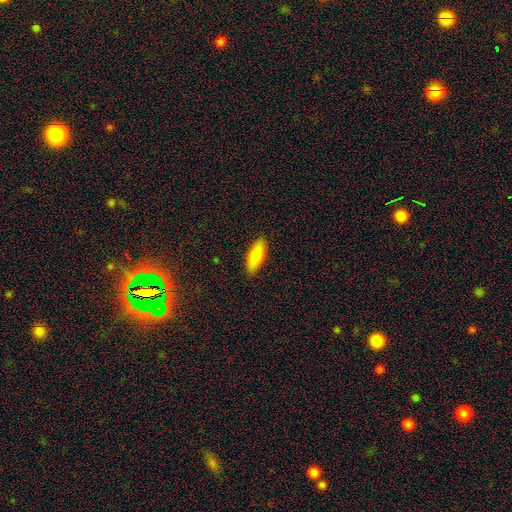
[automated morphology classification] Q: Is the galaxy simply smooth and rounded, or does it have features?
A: smooth — 85%.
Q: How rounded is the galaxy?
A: in between — 68%.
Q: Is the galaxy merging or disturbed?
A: none — 88%.